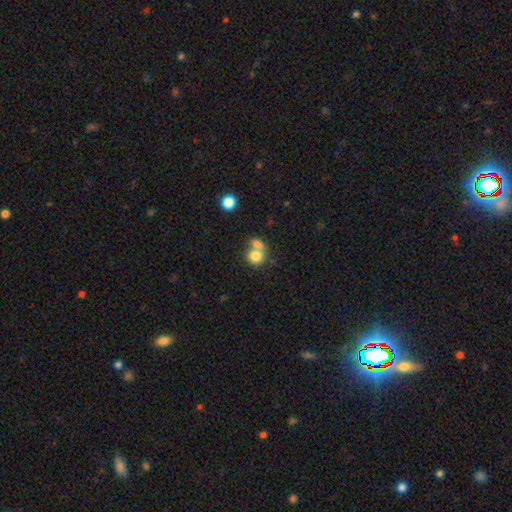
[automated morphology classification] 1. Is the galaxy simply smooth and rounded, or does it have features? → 78% smooth, 12% featured or disk, 9% star or artifact.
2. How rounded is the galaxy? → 75% round, 24% in between, 1% cigar-shaped.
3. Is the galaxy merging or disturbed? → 55% merger, 33% none, 8% minor disturbance, 4% major disturbance.